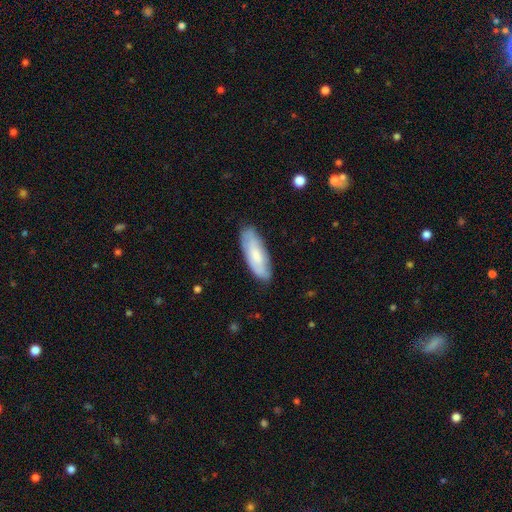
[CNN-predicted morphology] Smooth or featured? smooth (65%)
How rounded? in between (65%)
Merging? none (80%)